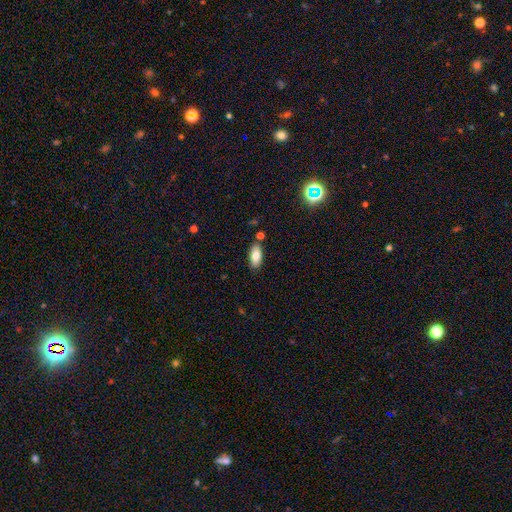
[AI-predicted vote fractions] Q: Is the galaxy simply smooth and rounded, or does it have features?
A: smooth — 81%.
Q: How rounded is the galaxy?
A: in between — 86%.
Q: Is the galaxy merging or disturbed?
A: none — 81%.